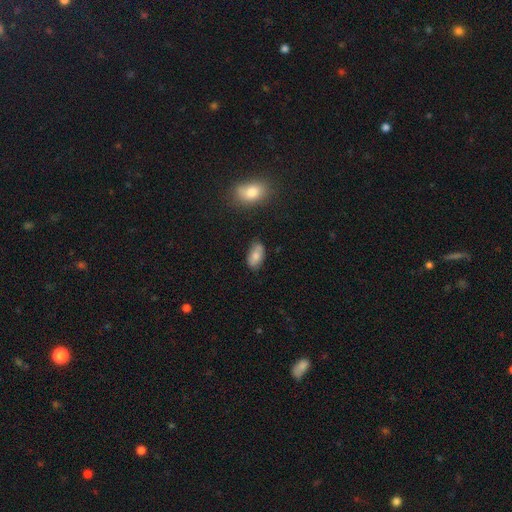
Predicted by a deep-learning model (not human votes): This appears to be a smooth galaxy with no disk features (77%) that is in between round and cigar-shaped (92%). Merging: none (74%).